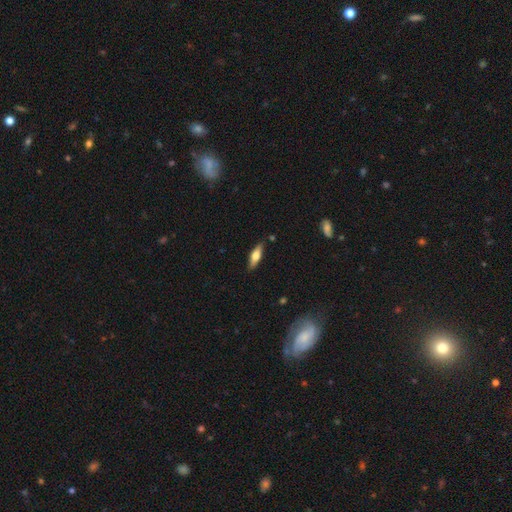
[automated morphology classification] Q: Smooth or featured?
A: smooth (55%); runner-up: featured or disk (39%)
Q: How rounded?
A: cigar-shaped (53%); runner-up: in between (45%)
Q: Merging?
A: none (84%); runner-up: minor disturbance (12%)